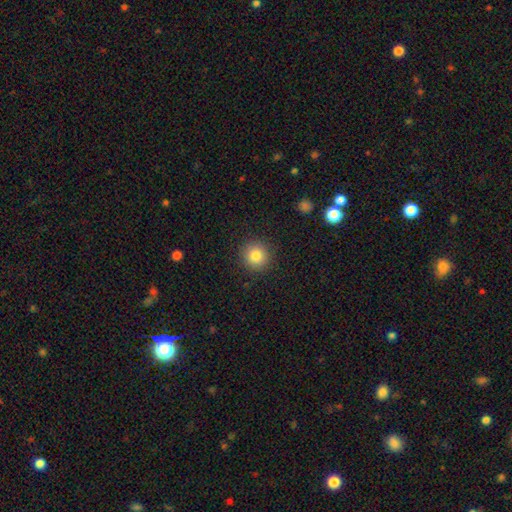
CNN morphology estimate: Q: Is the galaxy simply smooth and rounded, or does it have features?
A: smooth — 82%.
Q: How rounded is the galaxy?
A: round — 94%.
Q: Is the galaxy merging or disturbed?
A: none — 91%.